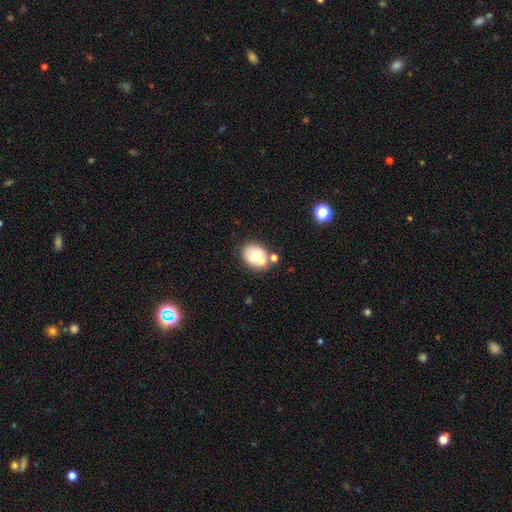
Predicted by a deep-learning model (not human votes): Smooth or featured? Predicted: smooth (p=0.64). How rounded? Predicted: in between (p=0.51). Merging? Predicted: none (p=0.61).